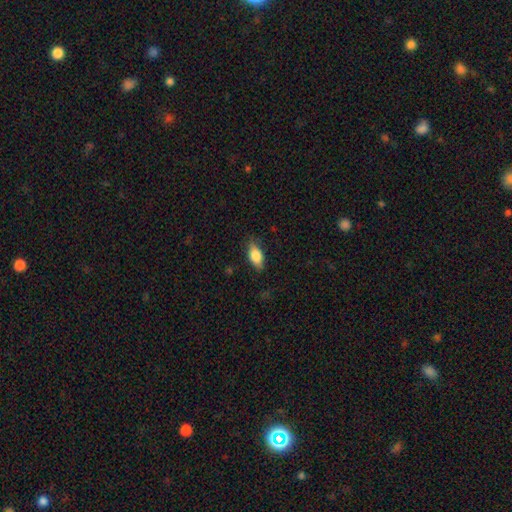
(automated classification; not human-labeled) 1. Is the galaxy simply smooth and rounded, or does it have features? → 75% smooth, 18% featured or disk, 7% star or artifact.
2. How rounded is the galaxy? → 84% in between, 11% cigar-shaped, 5% round.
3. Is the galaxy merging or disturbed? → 79% none, 16% minor disturbance, 3% major disturbance, 1% merger.